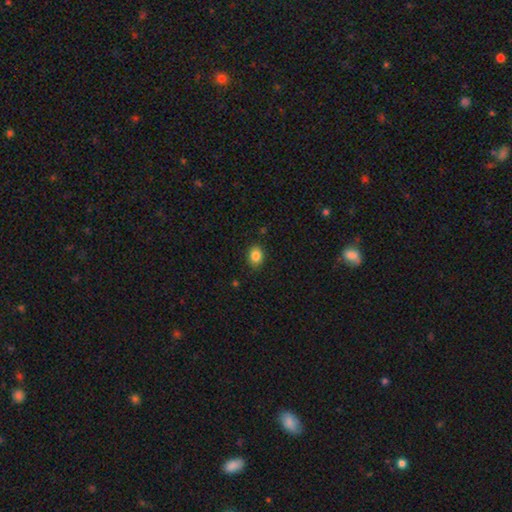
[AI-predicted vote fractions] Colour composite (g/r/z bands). It shows a smooth galaxy with no disk features (86%) that is in between round and cigar-shaped (57%). Merging: none (88%).